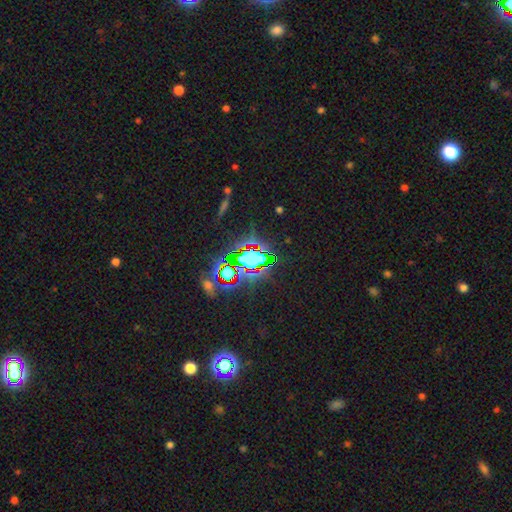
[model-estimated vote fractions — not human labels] Q: Smooth or featured?
A: star or artifact (72%); runner-up: smooth (16%)